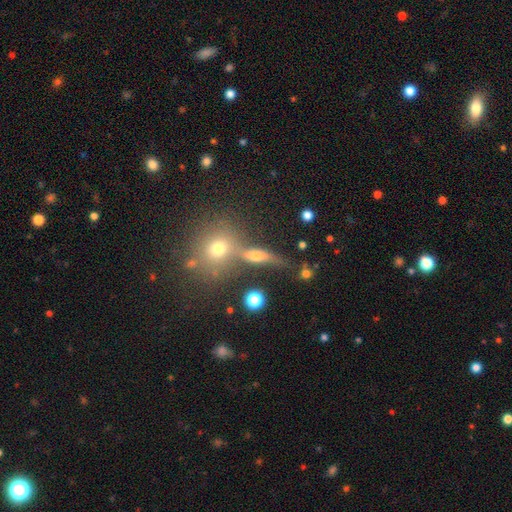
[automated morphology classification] A smooth galaxy with no disk features (51%) that is in between round and cigar-shaped (40%, tied with cigar-shaped). Merging: none (58%).